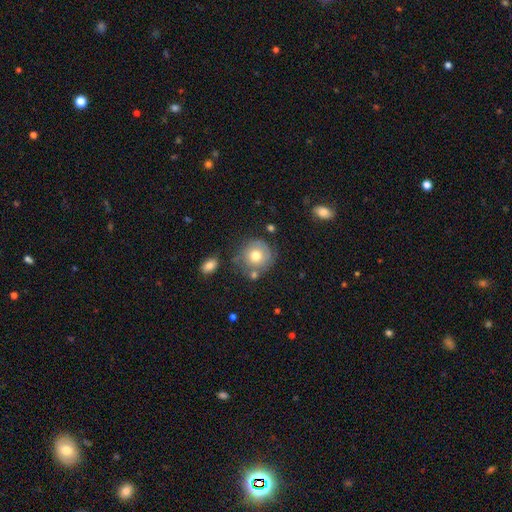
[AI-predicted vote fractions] Smooth or featured? smooth (66%)
How rounded? round (90%)
Merging? none (67%)